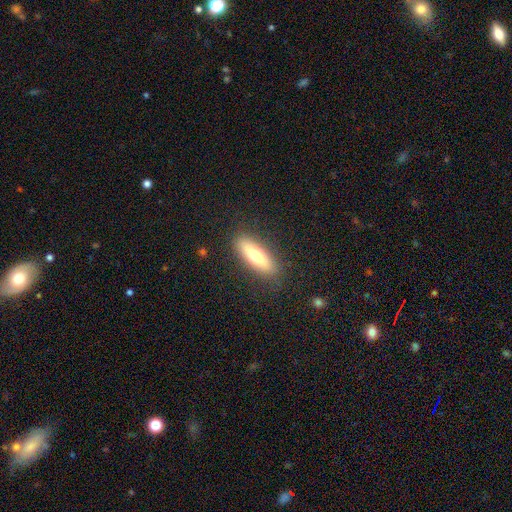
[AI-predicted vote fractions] Smooth or featured?
  - smooth: 62% *
  - featured or disk: 31%
  - star or artifact: 7%
How rounded?
  - cigar-shaped: 55% *
  - in between: 43%
  - round: 2%
Merging?
  - none: 87% *
  - minor disturbance: 9%
  - major disturbance: 3%
  - merger: 1%